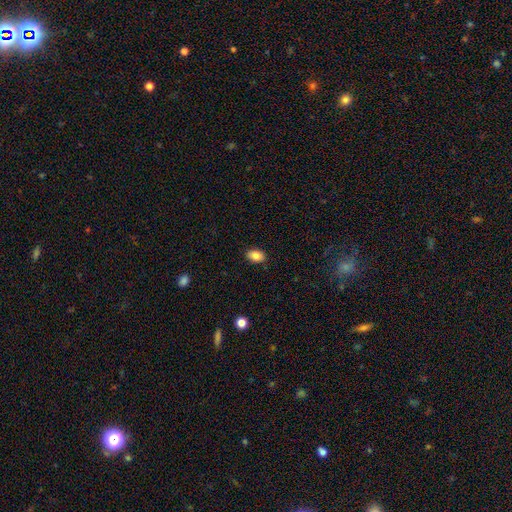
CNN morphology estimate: This appears to be a smooth galaxy with no disk features (86%) that is in between round and cigar-shaped (86%). Merging: none (88%).